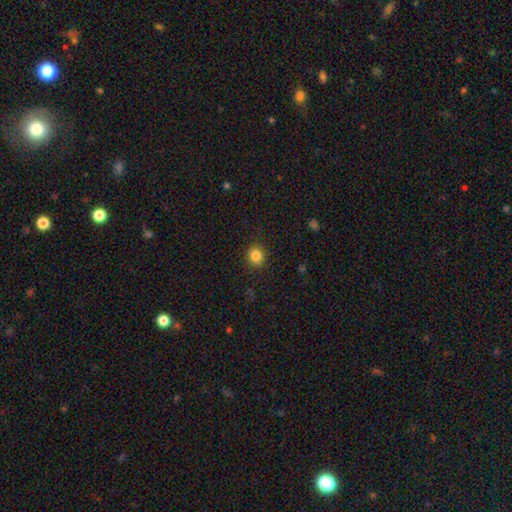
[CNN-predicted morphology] Smooth or featured? smooth (85%)
How rounded? round (81%)
Merging? none (89%)